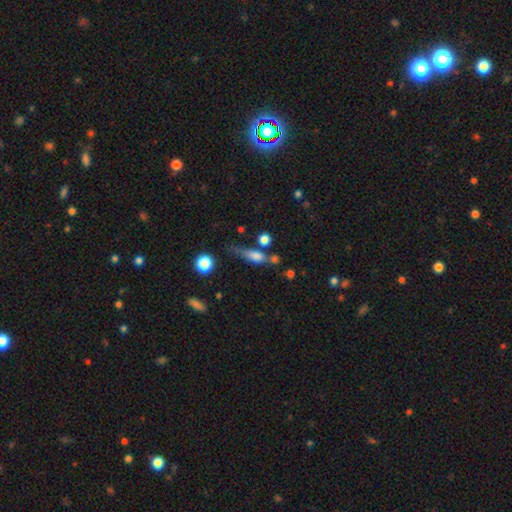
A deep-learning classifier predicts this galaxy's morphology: The model was most divided on "how rounded": in between: 47%, cigar-shaped: 43%, round: 10%. Remaining: smooth or featured — smooth (68%); merging — none (42%).